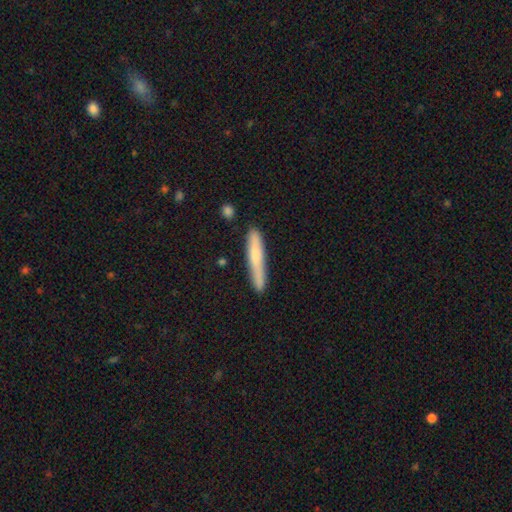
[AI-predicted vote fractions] Q: Smooth or featured?
A: smooth (69%); runner-up: featured or disk (25%)
Q: How rounded?
A: cigar-shaped (94%); runner-up: in between (5%)
Q: Merging?
A: none (79%); runner-up: minor disturbance (15%)